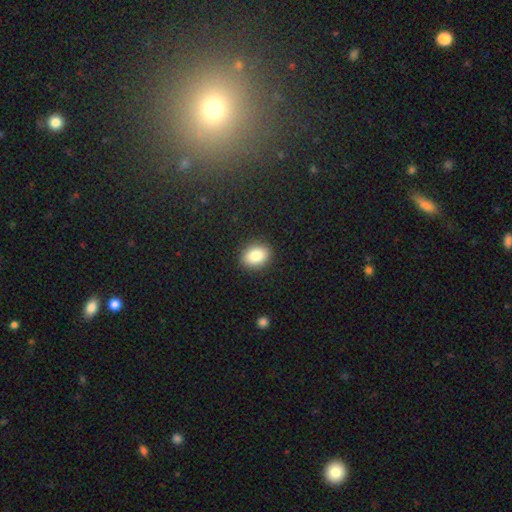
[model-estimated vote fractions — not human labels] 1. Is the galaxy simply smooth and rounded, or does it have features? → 85% smooth, 8% star or artifact, 6% featured or disk.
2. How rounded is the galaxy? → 66% in between, 33% round, 1% cigar-shaped.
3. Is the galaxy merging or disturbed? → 89% none, 8% minor disturbance, 2% major disturbance, 1% merger.